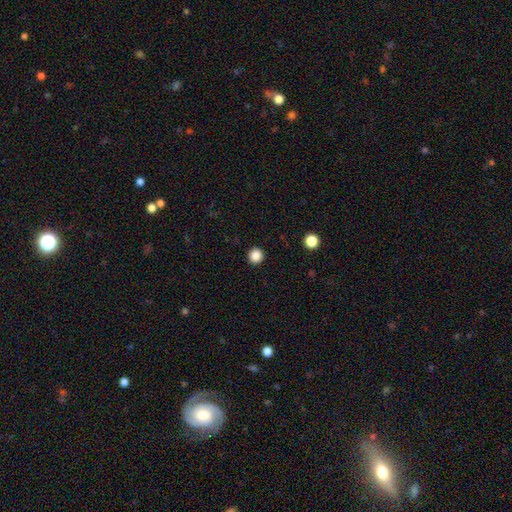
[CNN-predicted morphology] Q: Smooth or featured?
A: smooth (87%); runner-up: star or artifact (11%)
Q: How rounded?
A: round (93%); runner-up: in between (6%)
Q: Merging?
A: none (93%); runner-up: minor disturbance (5%)